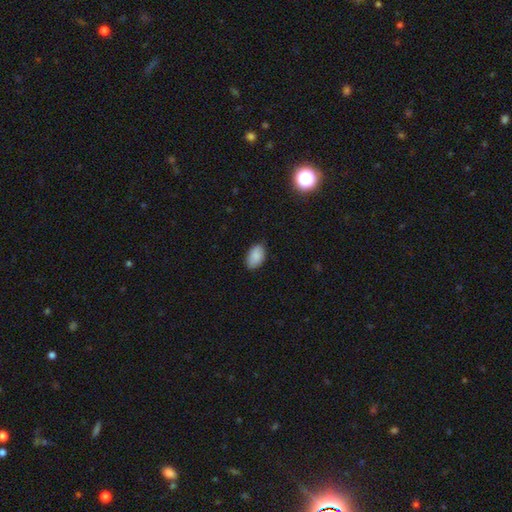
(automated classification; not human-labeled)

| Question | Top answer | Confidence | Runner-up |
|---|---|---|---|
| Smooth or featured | smooth | 89% | star or artifact (7%) |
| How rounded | in between | 93% | round (5%) |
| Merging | none | 84% | minor disturbance (13%) |